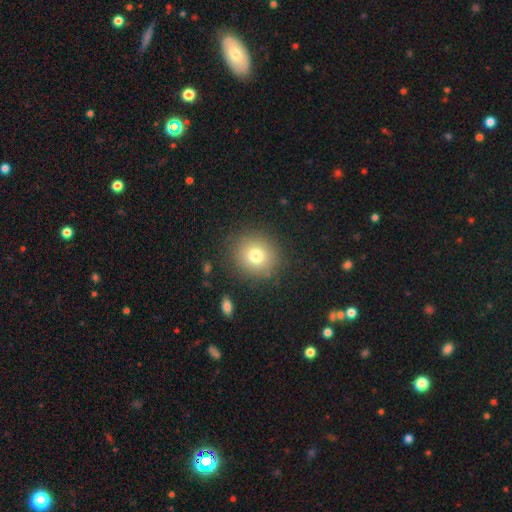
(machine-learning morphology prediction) smooth 77%, star or artifact 12%, featured or disk 10%. Down the decision tree: how rounded — round (86%); merging — none (87%).